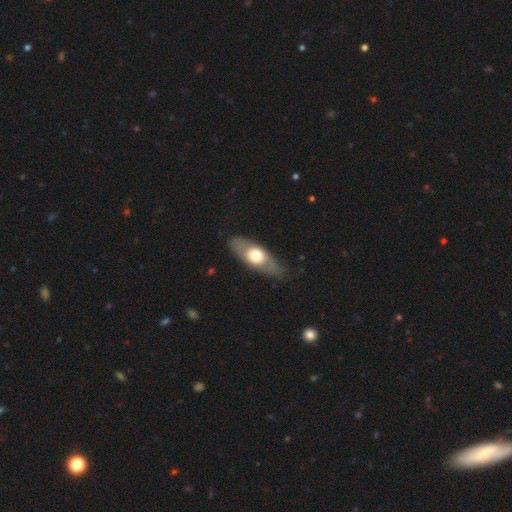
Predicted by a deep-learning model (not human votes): smooth_or_featured: smooth (p=0.55) [alt: featured or disk p=0.39]
how_rounded: in between (p=0.71) [alt: cigar-shaped p=0.24]
merging: none (p=0.80) [alt: minor disturbance p=0.15]